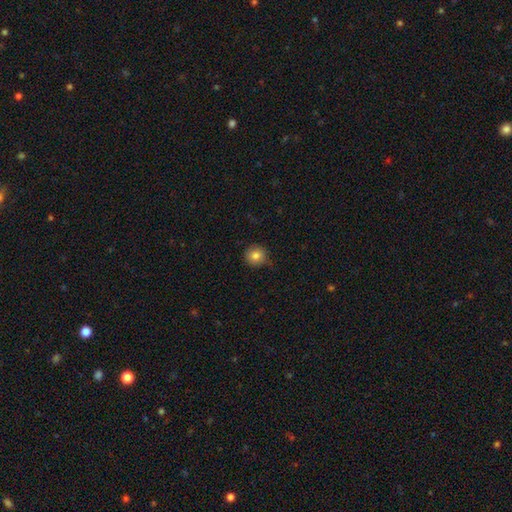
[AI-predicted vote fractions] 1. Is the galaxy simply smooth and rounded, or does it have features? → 82% smooth, 10% star or artifact, 8% featured or disk.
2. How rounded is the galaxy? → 93% round, 6% in between, 1% cigar-shaped.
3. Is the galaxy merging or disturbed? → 79% none, 17% minor disturbance, 3% major disturbance, 1% merger.